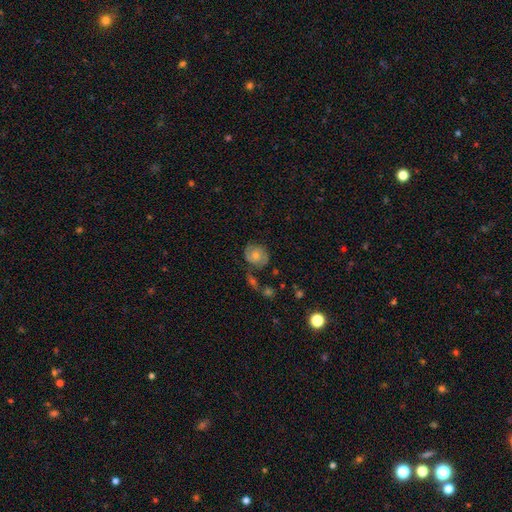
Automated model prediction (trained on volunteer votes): smooth_or_featured: featured or disk (p=0.52) [alt: smooth p=0.40]
disk_edge_on: no (p=0.97) [alt: yes p=0.03]
bar: no (p=0.76) [alt: weak p=0.20]
has_spiral_arms: yes (p=0.80) [alt: no p=0.20]
bulge_size: moderate (p=0.52) [alt: small p=0.34]
merging: none (p=0.58) [alt: minor disturbance p=0.21]